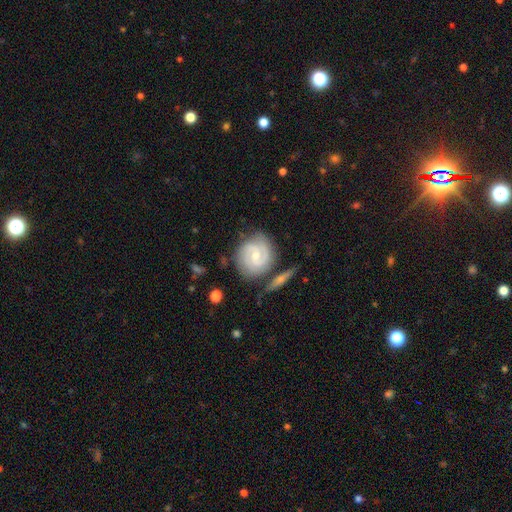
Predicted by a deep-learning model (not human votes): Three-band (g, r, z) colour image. It shows a featured or disk galaxy (79%) with a weak bar (45%), 2 (62%) tight (64%) spiral arms (94%) and a small central bulge (52%). Merging: none (69%).